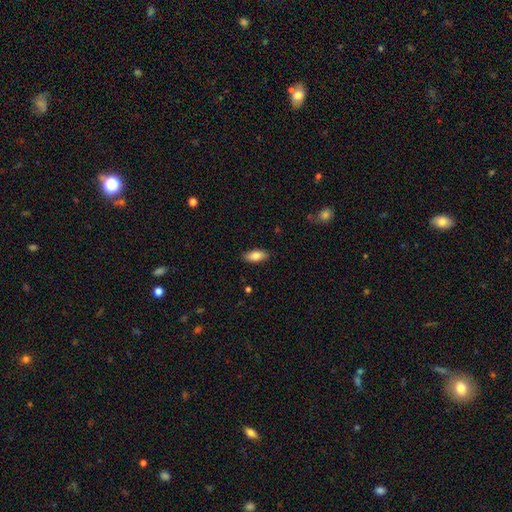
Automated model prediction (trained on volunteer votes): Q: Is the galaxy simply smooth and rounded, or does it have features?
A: smooth — 83%.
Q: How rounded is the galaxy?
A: in between — 86%.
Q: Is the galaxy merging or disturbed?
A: none — 87%.